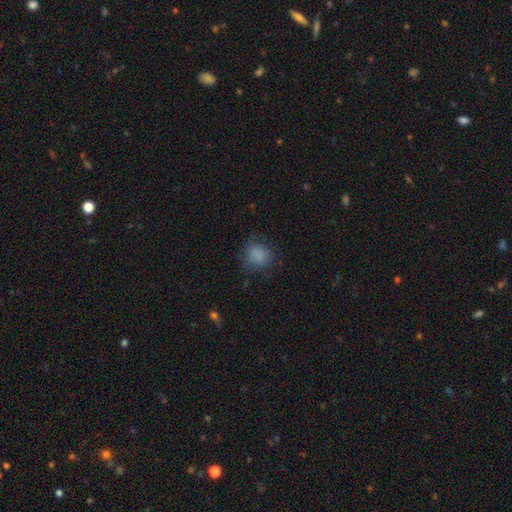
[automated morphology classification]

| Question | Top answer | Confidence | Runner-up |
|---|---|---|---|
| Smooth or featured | smooth | 83% | star or artifact (11%) |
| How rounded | round | 67% | in between (32%) |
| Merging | none | 74% | minor disturbance (18%) |